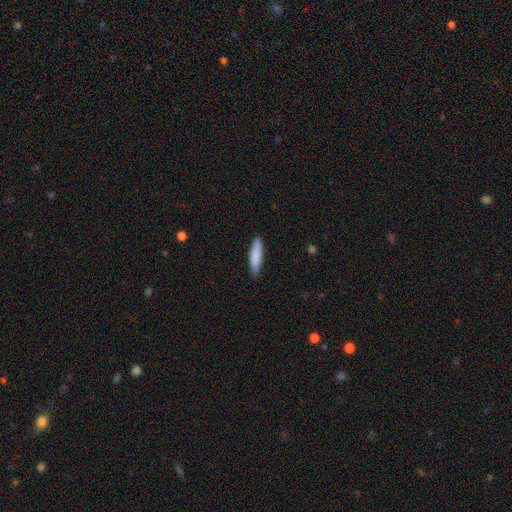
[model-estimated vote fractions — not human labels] Morphology: type=smooth (85%); roundness=cigar-shaped (75%); merging=none (88%).